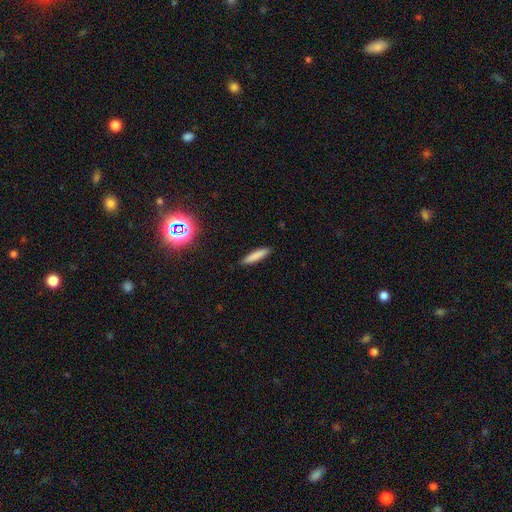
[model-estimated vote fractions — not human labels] Morphology: type=smooth (82%); roundness=cigar-shaped (84%); merging=none (89%).